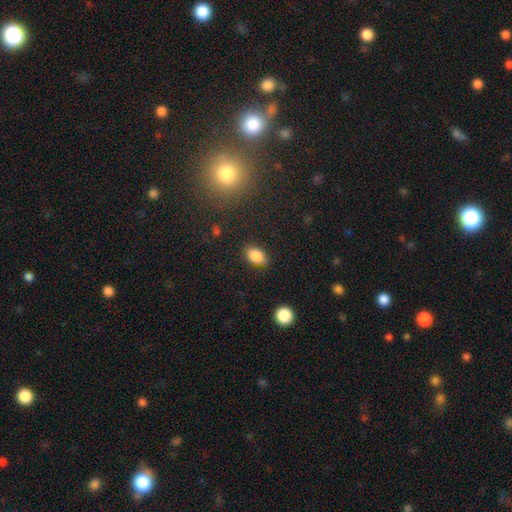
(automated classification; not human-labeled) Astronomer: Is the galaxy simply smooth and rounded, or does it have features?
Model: smooth — 87%.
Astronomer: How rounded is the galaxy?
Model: in between — 87%.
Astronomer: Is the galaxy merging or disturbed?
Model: none — 80%.